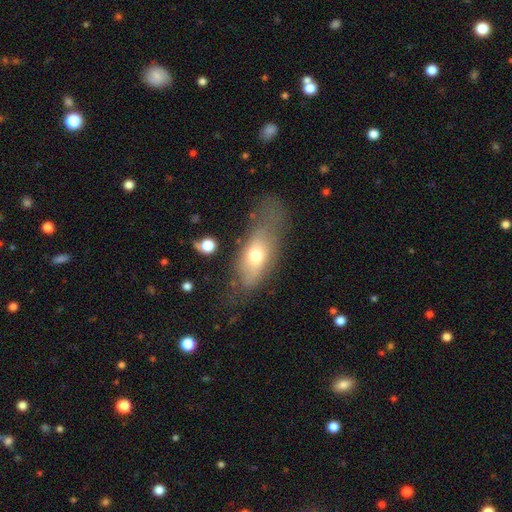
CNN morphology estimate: Smooth or featured? Predicted: smooth (p=0.62). How rounded? Predicted: in between (p=0.78). Merging? Predicted: none (p=0.42).